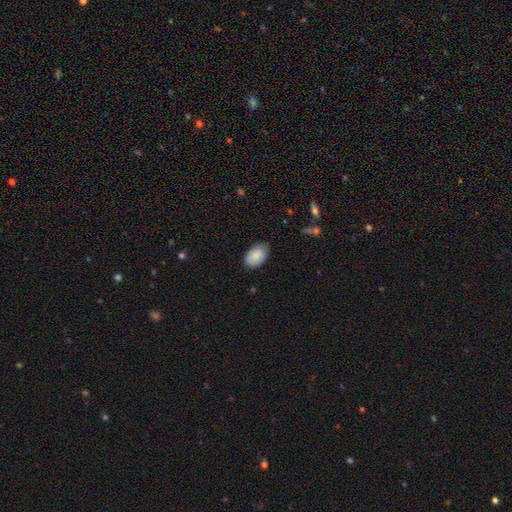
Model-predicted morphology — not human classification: Smooth or featured? smooth (87%)
How rounded? in between (92%)
Merging? none (78%)